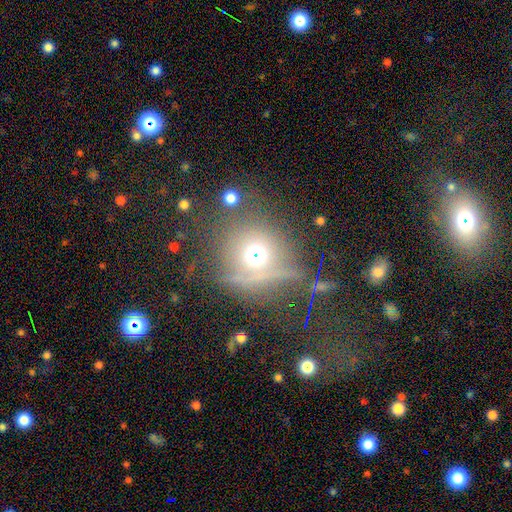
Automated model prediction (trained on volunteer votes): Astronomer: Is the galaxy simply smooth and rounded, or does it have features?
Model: smooth — 47% (runner-up: star or artifact, 31%).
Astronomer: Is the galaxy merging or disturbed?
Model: none — 62%.